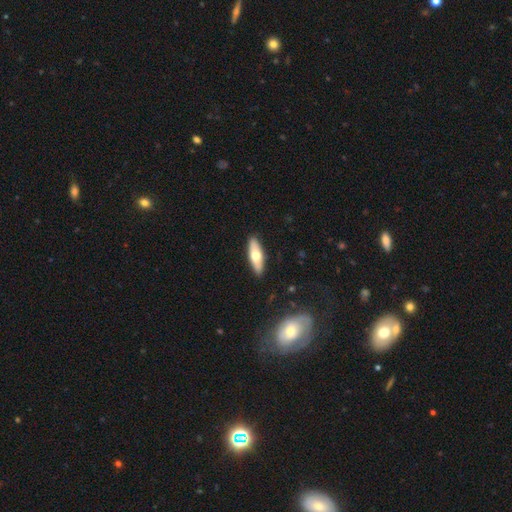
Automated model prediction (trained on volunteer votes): smooth 58%, featured or disk 36%, star or artifact 6%. Down the decision tree: how rounded — in between (49%, tied with cigar-shaped); merging — none (90%).